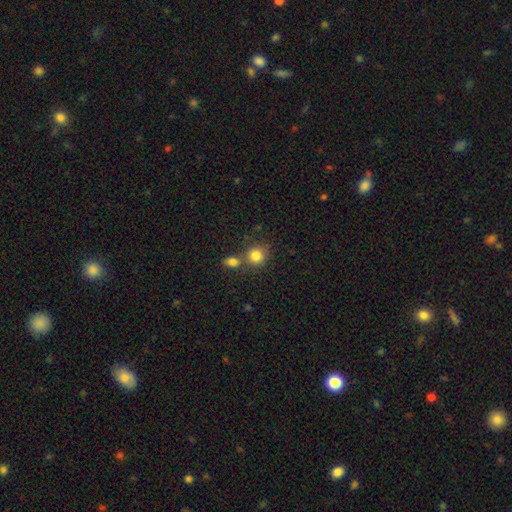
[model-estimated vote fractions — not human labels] Smooth or featured? Predicted: smooth (p=0.83). How rounded? Predicted: round (p=0.81). Merging? Predicted: none (p=0.55).